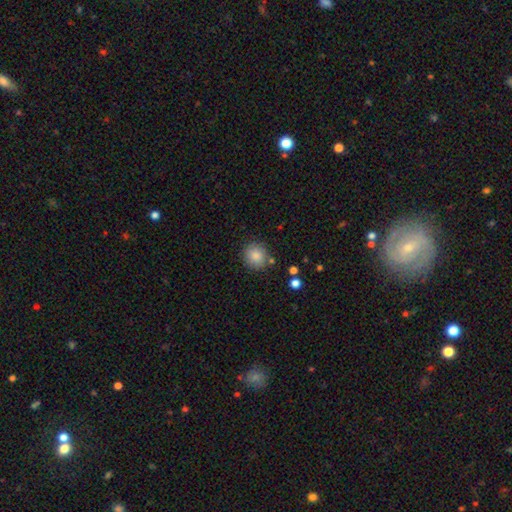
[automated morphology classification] Overall: smooth (85%). How rounded: round (86%). Merging: none (84%).